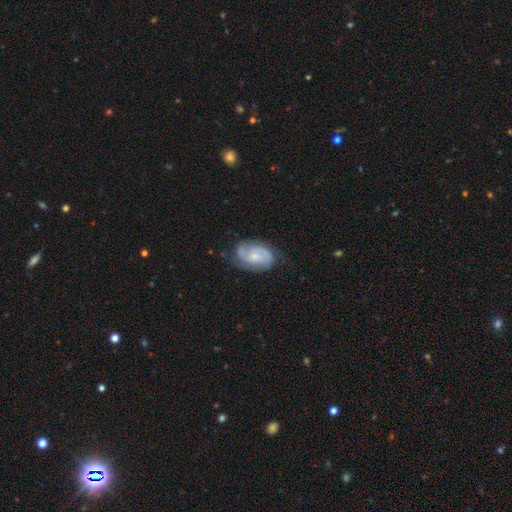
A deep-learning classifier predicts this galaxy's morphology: Overall: featured or disk (79%). Edge-on disk: no (97%). Bar: no (57%; weak 36%). Spiral arms: yes (96%). Spiral arm count: 2 (76%). Spiral winding: medium (46%; tight 41%). Bulge size: small (57%; moderate 33%). Merging: none (72%).